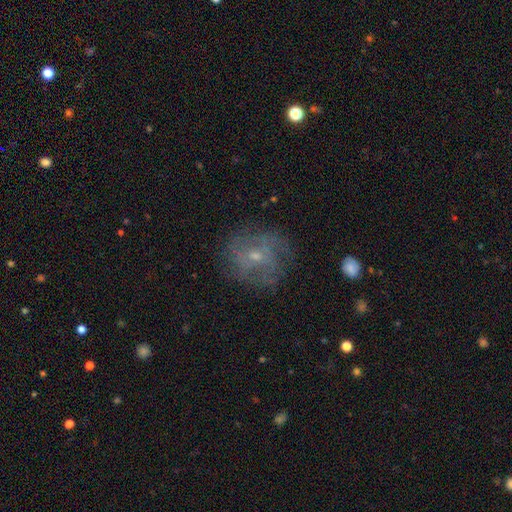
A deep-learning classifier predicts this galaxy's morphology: Smooth or featured: featured or disk — 59% (smooth — 28%)
Edge-on disk: no — 96% (yes — 4%)
Bar: no — 65% (weak — 30%)
Spiral arms: yes — 70% (no — 30%)
Bulge size: small — 66% (moderate — 29%)
Merging: none — 70% (minor disturbance — 18%)